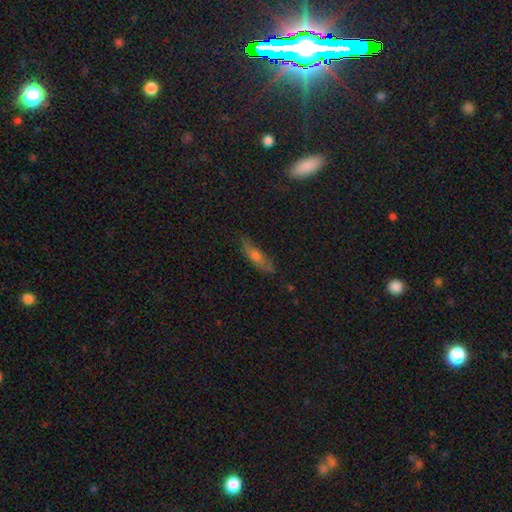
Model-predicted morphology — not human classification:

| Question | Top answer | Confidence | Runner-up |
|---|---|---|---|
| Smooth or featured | smooth | 52% | featured or disk (39%) |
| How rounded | cigar-shaped | 62% | in between (35%) |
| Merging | none | 77% | minor disturbance (18%) |